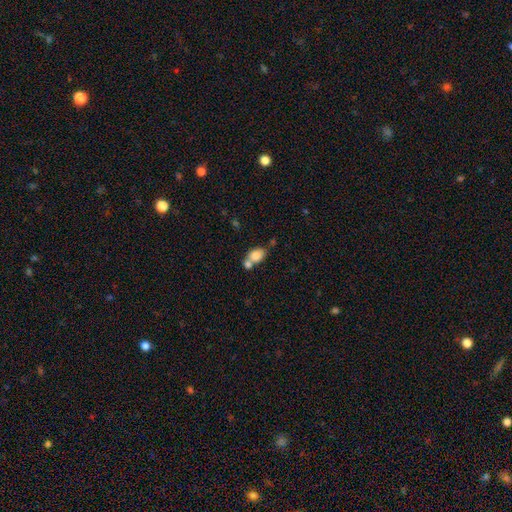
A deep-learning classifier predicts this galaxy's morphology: This appears to be a smooth galaxy with no disk features (80%) that is in between round and cigar-shaped (74%). Merging: merger (49%).